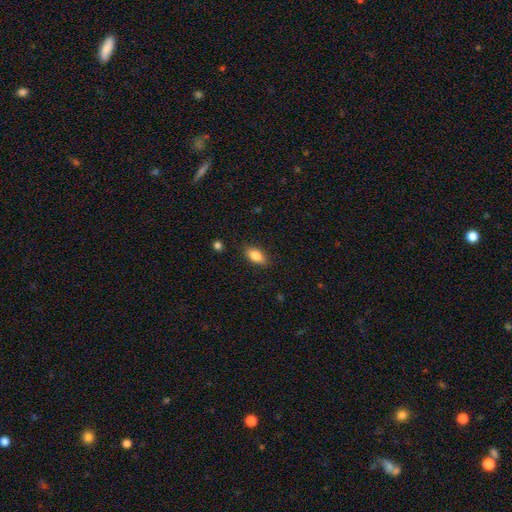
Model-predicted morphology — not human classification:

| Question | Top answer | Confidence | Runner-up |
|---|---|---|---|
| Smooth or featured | smooth | 83% | featured or disk (10%) |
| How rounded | in between | 86% | cigar-shaped (9%) |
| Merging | none | 85% | minor disturbance (11%) |